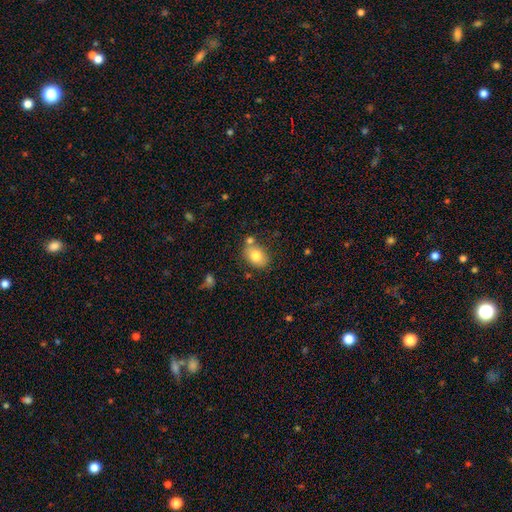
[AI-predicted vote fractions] Smooth or featured: smooth — 79% (featured or disk — 12%)
How rounded: in between — 72% (round — 27%)
Merging: none — 65% (minor disturbance — 16%)